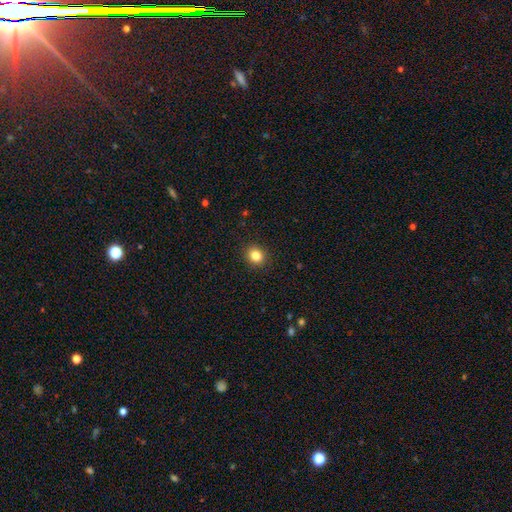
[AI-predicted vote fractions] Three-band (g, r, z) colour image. It shows a smooth galaxy with no disk features (84%) that is round (80%). Merging: none (92%).